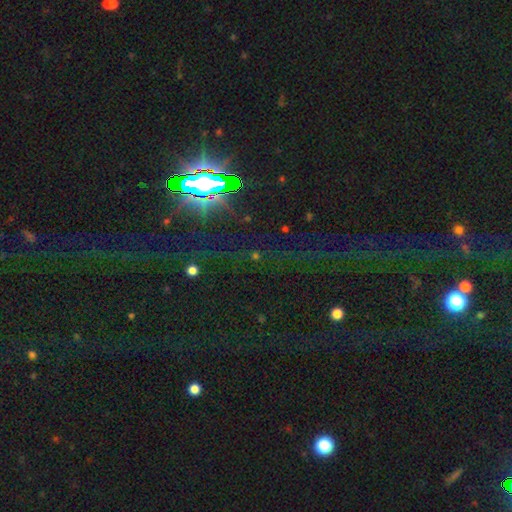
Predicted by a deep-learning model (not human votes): smooth-or-featured: star or artifact: 79% | smooth: 12% | featured or disk: 9%